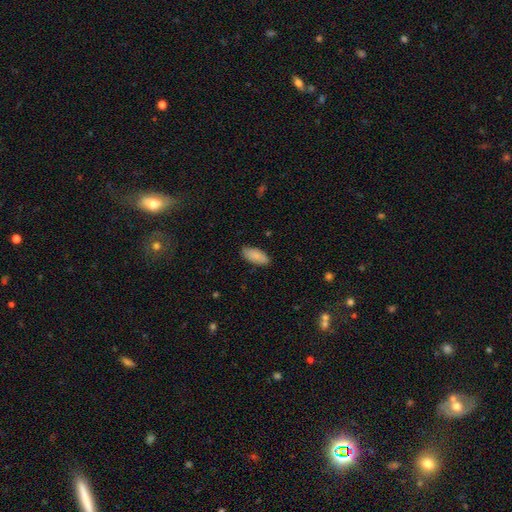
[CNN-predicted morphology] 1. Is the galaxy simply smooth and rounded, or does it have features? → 87% smooth, 7% featured or disk, 6% star or artifact.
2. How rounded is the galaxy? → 87% in between, 11% cigar-shaped, 2% round.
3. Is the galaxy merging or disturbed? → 84% none, 13% minor disturbance, 2% major disturbance, 1% merger.